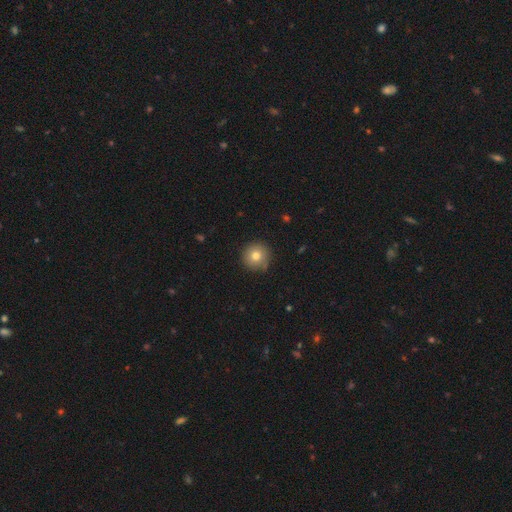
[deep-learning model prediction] Smooth or featured?
  - smooth: 78% *
  - featured or disk: 12%
  - star or artifact: 11%
How rounded?
  - round: 95% *
  - in between: 4%
  - cigar-shaped: 1%
Merging?
  - none: 85% *
  - minor disturbance: 11%
  - major disturbance: 2%
  - merger: 1%